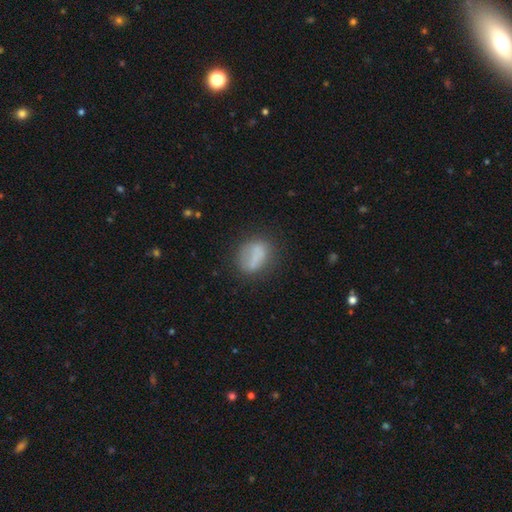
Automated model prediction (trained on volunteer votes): Q: Smooth or featured?
A: smooth (69%); runner-up: featured or disk (20%)
Q: How rounded?
A: in between (62%); runner-up: round (32%)
Q: Merging?
A: none (61%); runner-up: minor disturbance (21%)